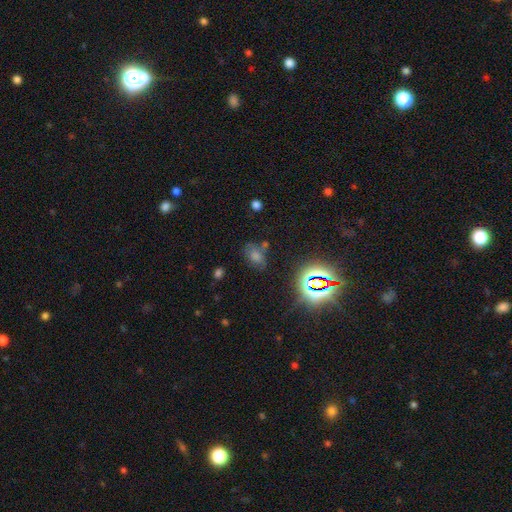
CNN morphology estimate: star or artifact 46%, smooth 41%, featured or disk 14%.